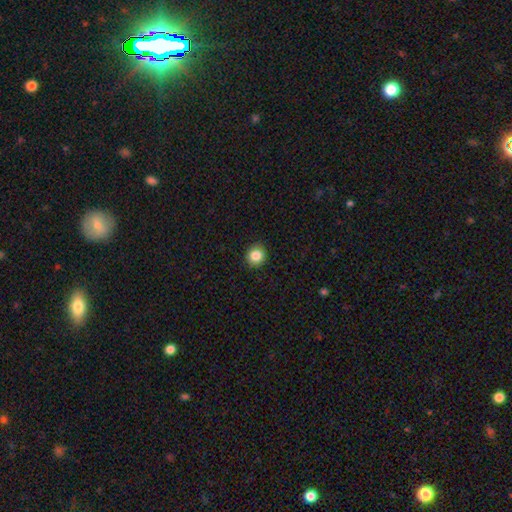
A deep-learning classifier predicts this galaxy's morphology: Overall: smooth (85%). How rounded: round (88%). Merging: none (91%).